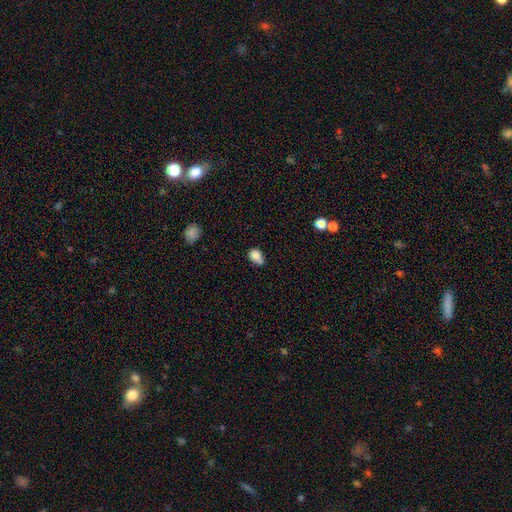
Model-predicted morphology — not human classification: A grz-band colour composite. It shows a smooth galaxy with no disk features (81%) that is in between round and cigar-shaped (53%). Merging: none (41%).